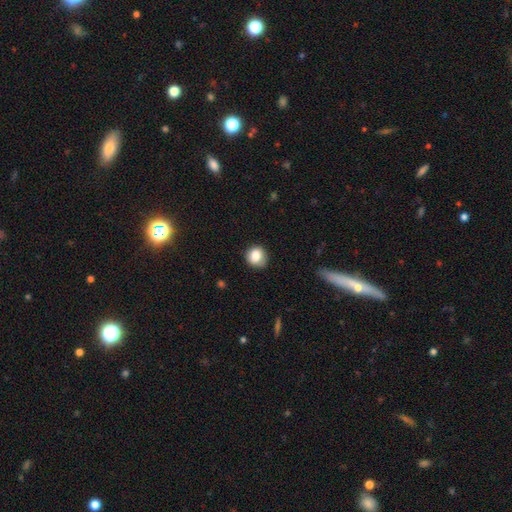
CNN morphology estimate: The model was most divided on "merging": none: 79%, minor disturbance: 16%, major disturbance: 3%, merger: 1%. More confident: smooth or featured — smooth (85%); how rounded — round (84%).